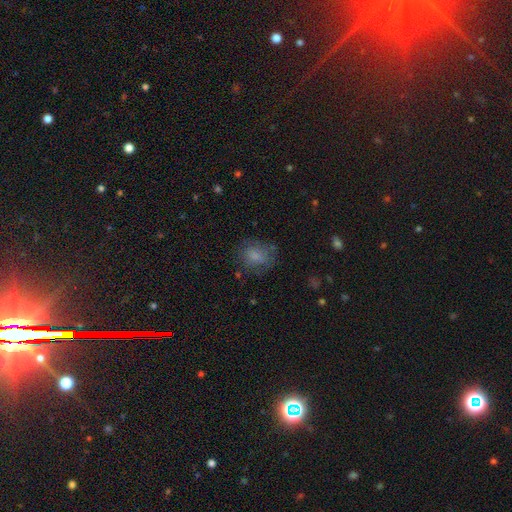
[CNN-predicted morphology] This is likely a smooth galaxy (73%). How rounded: possibly round (52%). Merging: likely none (68%).